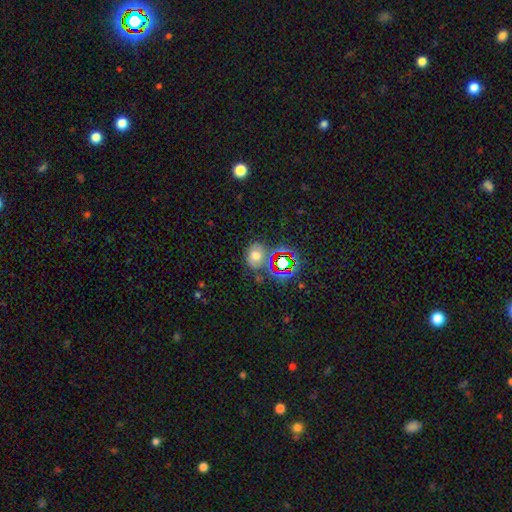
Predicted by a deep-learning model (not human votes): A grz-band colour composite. It shows a smooth galaxy with no disk features (60%) that is round (59%). Merging: none (59%).